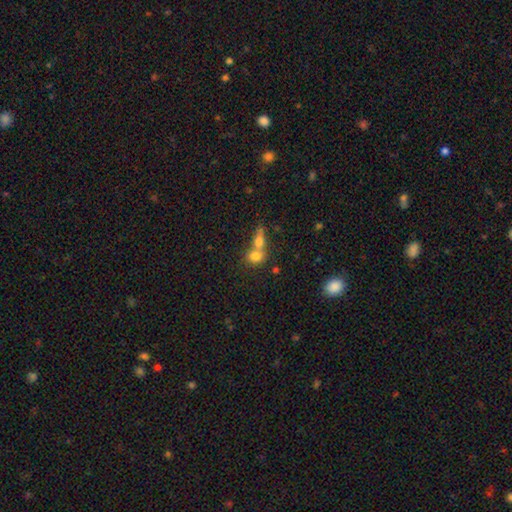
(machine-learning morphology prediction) A smooth galaxy with no disk features (75%) that is round (52%). Merging: merger (64%).